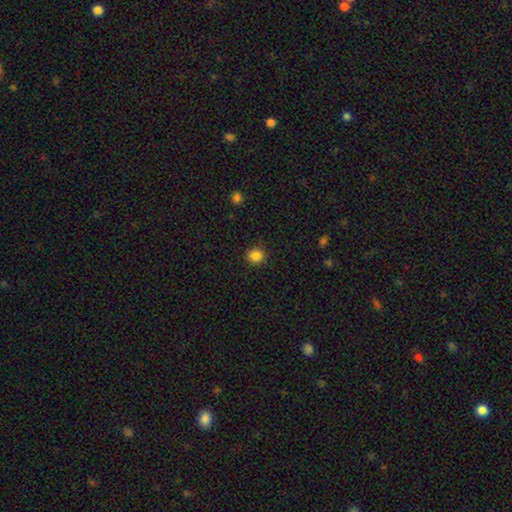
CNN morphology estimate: smooth 86%, star or artifact 11%, featured or disk 3%. Down the decision tree: how rounded — round (84%); merging — none (89%).